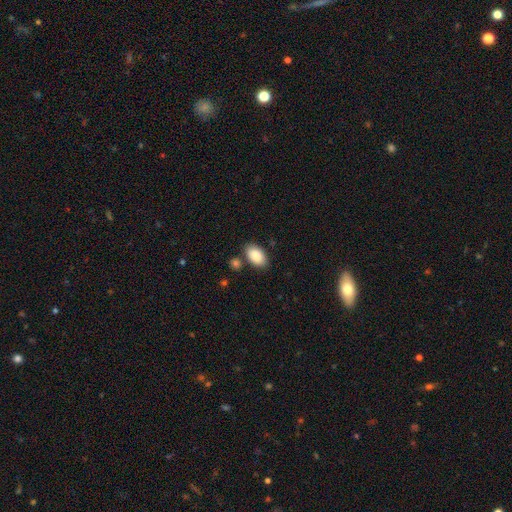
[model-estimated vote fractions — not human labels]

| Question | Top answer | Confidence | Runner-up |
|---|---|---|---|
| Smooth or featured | smooth | 88% | star or artifact (6%) |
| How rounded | in between | 94% | round (5%) |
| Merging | none | 78% | minor disturbance (12%) |